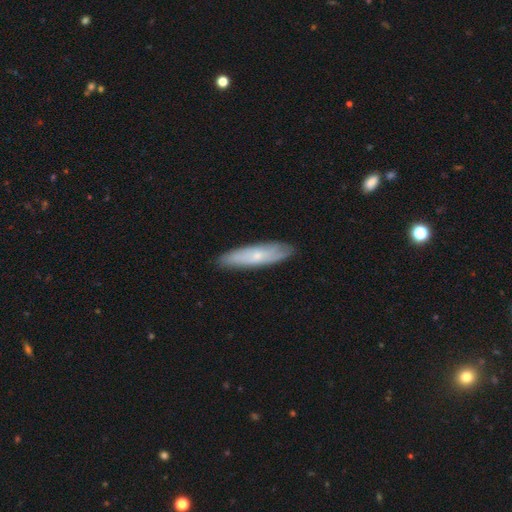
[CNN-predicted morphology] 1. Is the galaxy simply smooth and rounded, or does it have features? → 55% smooth, 39% featured or disk, 6% star or artifact.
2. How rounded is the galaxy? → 71% cigar-shaped, 27% in between, 2% round.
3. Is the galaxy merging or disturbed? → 86% none, 11% minor disturbance, 2% major disturbance, 1% merger.